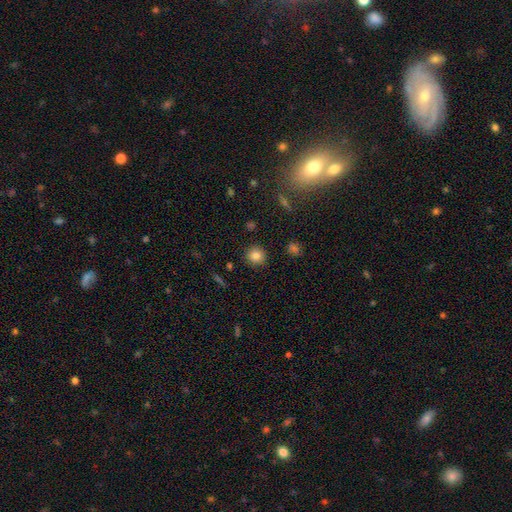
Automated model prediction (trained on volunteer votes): Q: Smooth or featured?
A: smooth (82%); runner-up: star or artifact (11%)
Q: How rounded?
A: round (93%); runner-up: in between (6%)
Q: Merging?
A: none (90%); runner-up: minor disturbance (6%)